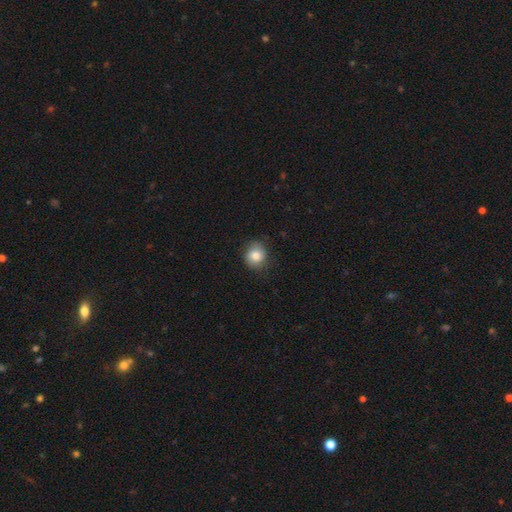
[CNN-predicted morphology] A smooth galaxy with no disk features (80%) that is round (77%). Merging: none (78%).